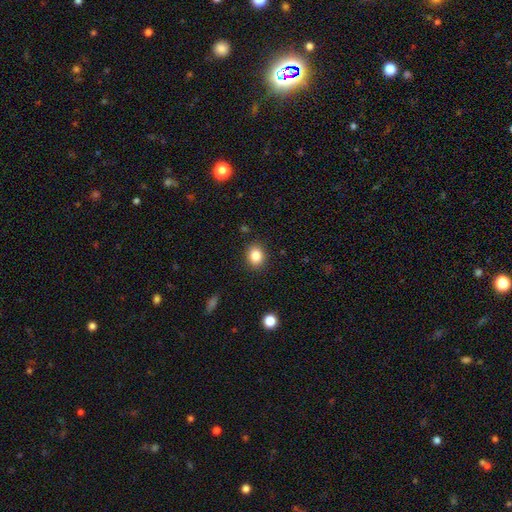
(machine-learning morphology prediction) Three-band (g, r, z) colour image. It shows a smooth galaxy with no disk features (84%) that is round (62%). Merging: none (89%).